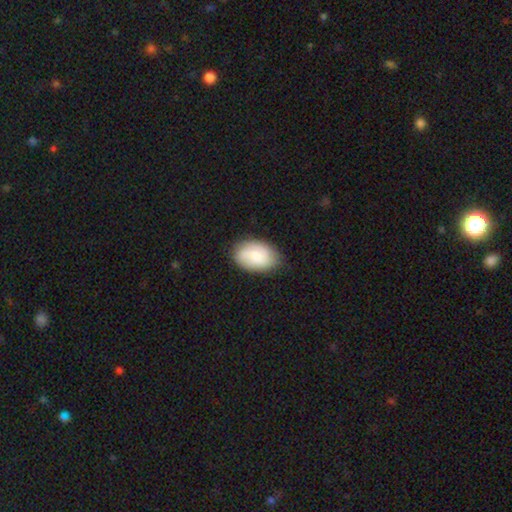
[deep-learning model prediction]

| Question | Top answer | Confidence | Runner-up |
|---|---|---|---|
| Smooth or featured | smooth | 70% | featured or disk (23%) |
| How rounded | in between | 86% | round (13%) |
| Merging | none | 78% | minor disturbance (17%) |